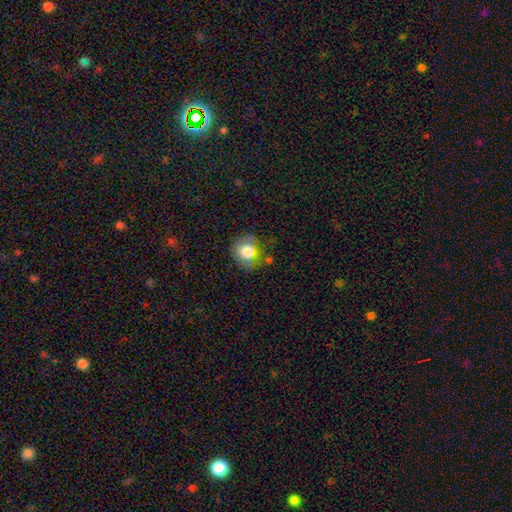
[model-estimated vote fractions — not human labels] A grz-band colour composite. It shows a smooth galaxy with no disk features (76%) that is round (76%). Merging: none (67%).